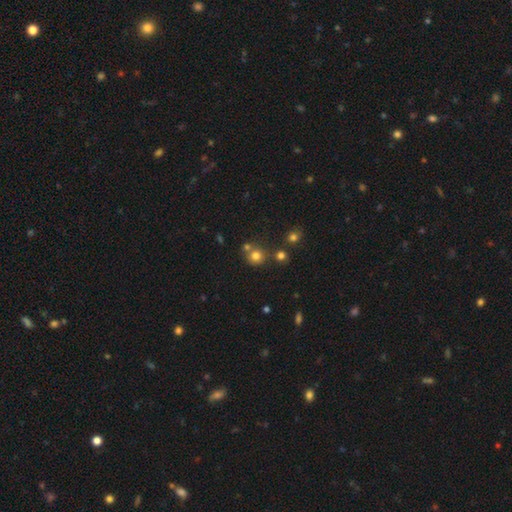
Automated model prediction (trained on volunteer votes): This is likely a smooth galaxy (75%). How rounded: clearly round (89%). Merging: likely none (66%).